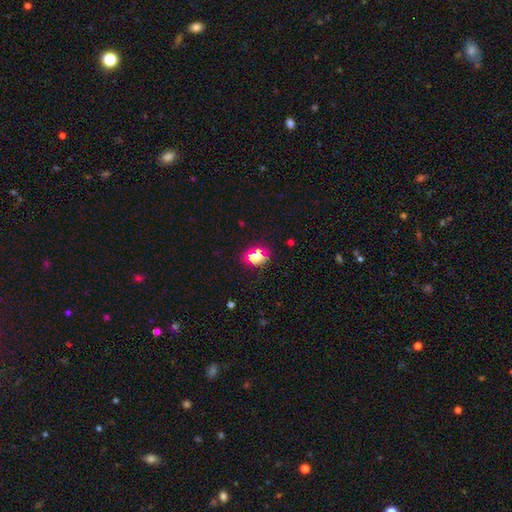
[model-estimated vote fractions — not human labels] A smooth galaxy with no disk features (69%) that is round (50%).

Vote fractions:
- Smooth or featured? smooth: 69% / star or artifact: 20% / featured or disk: 11%
- How rounded? round: 50% / in between: 48% / cigar-shaped: 2%
- Merging? none: 83% / minor disturbance: 11% / major disturbance: 3% / merger: 2%